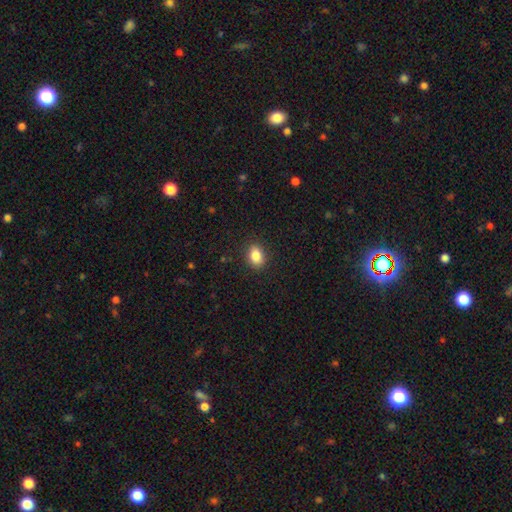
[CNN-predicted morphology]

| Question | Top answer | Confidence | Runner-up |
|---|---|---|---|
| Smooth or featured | smooth | 86% | star or artifact (9%) |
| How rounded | in between | 75% | round (24%) |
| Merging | none | 89% | minor disturbance (8%) |